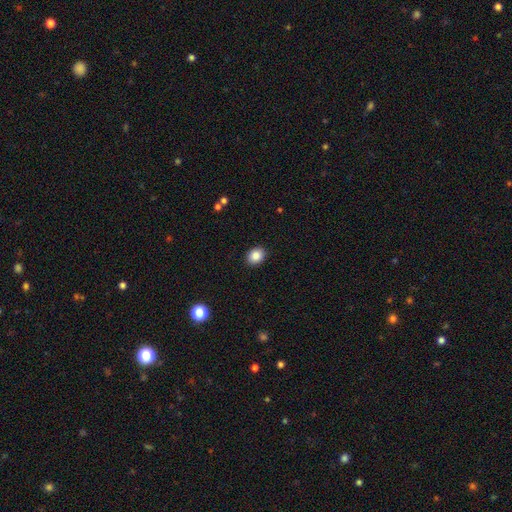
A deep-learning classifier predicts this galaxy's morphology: Overall: smooth (87%). How rounded: in between (50%; round 49%). Merging: none (91%).